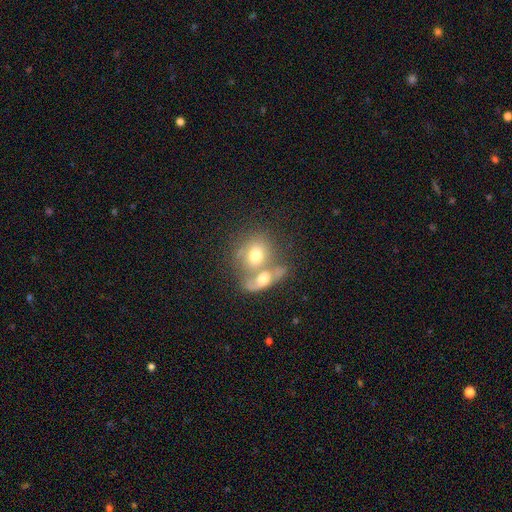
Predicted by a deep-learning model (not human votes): A smooth galaxy with no disk features (60%) that is round (55%).

Vote fractions:
- Smooth or featured? smooth: 60% / featured or disk: 31% / star or artifact: 9%
- How rounded? round: 55% / in between: 43% / cigar-shaped: 2%
- Merging? merger: 64% / none: 22% / minor disturbance: 8% / major disturbance: 6%